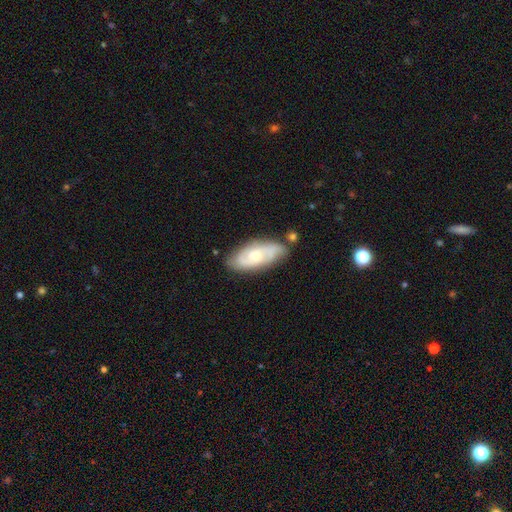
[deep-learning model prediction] Smooth or featured? featured or disk (61%)
Edge-on disk? no (89%)
Bar? no (70%)
Spiral arms? yes (84%)
Bulge size? moderate (56%)
Merging? none (70%)